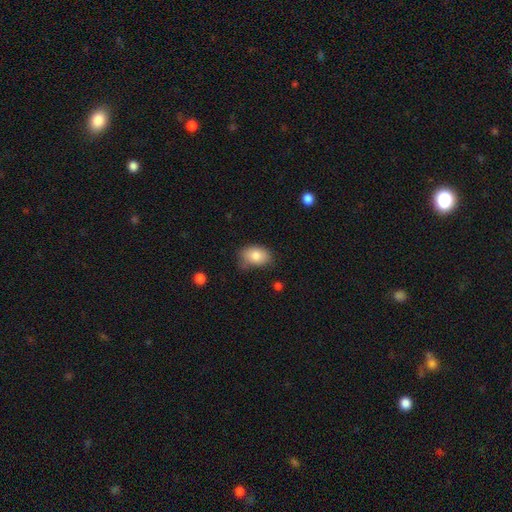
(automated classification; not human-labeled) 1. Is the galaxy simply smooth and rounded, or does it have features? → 83% smooth, 9% featured or disk, 8% star or artifact.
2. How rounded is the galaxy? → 83% in between, 16% round, 1% cigar-shaped.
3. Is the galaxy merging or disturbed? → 65% none, 27% minor disturbance, 6% major disturbance, 2% merger.